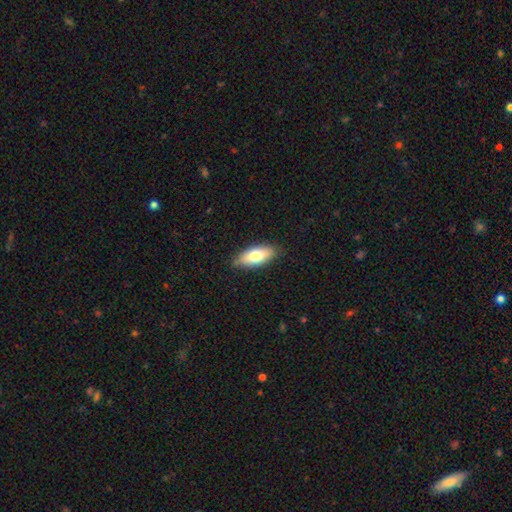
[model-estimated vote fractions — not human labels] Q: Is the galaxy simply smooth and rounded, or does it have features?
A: smooth — 73%.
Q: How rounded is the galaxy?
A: in between — 84%.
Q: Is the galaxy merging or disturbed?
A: none — 85%.